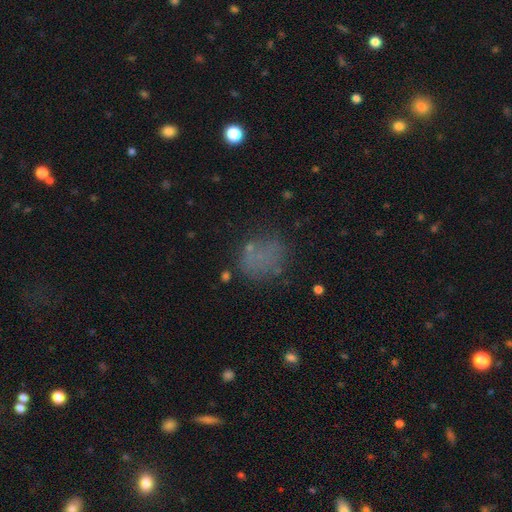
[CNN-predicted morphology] This appears to be a smooth galaxy with no disk features (59%) that is round (71%). Merging: none (67%).